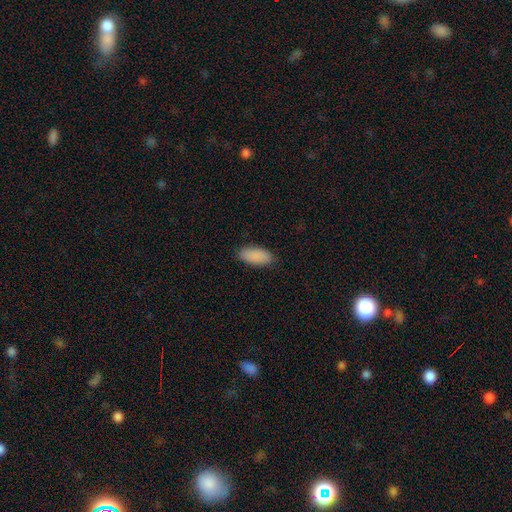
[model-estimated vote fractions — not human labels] Smooth or featured: smooth — 90% (star or artifact — 6%)
How rounded: in between — 88% (cigar-shaped — 10%)
Merging: none — 87% (minor disturbance — 10%)